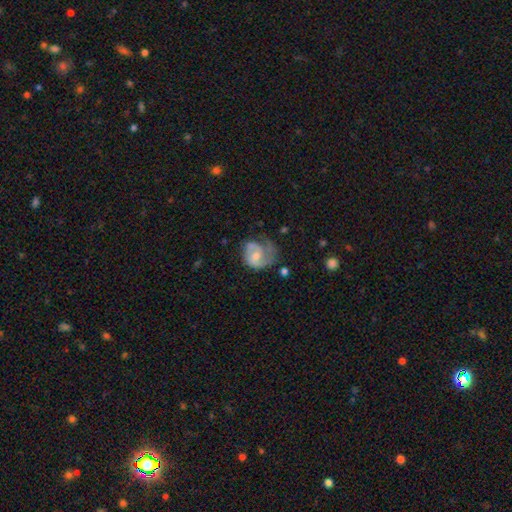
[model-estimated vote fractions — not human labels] This appears to be a featured or disk galaxy (68%) with no bar (51%), 2 (49%) medium (43%) spiral arms (87%) and a moderate central bulge (47%). Merging: none (41%).